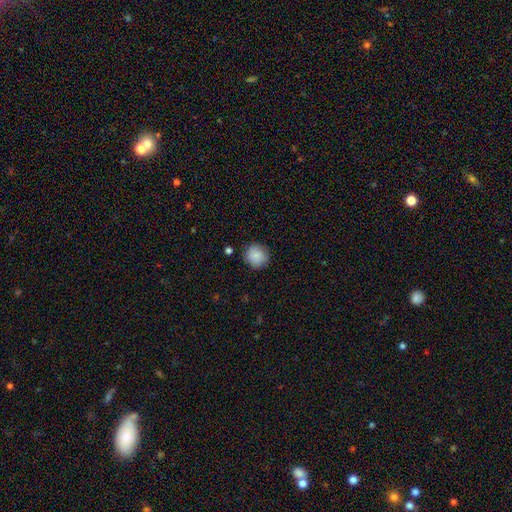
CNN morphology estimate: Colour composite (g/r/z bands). It shows a smooth galaxy with no disk features (87%) that is round (89%). Merging: none (86%).